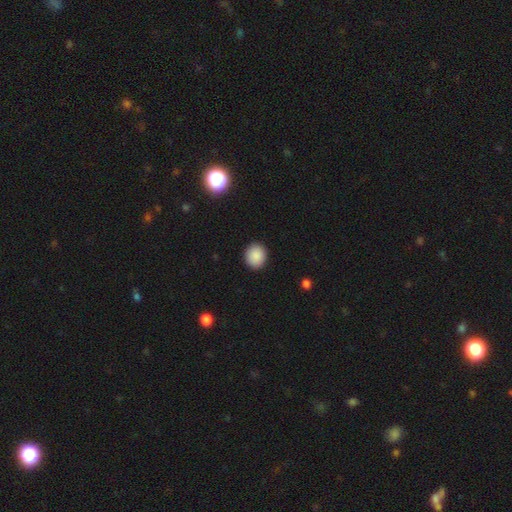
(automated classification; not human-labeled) smooth 89%, star or artifact 8%, featured or disk 3%. Down the decision tree: how rounded — round (73%); merging — none (91%).